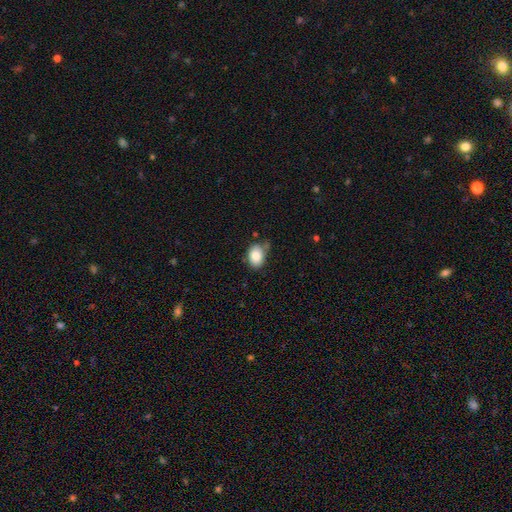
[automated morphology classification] Q: Smooth or featured?
A: smooth (83%); runner-up: featured or disk (9%)
Q: How rounded?
A: in between (78%); runner-up: round (20%)
Q: Merging?
A: none (61%); runner-up: minor disturbance (27%)